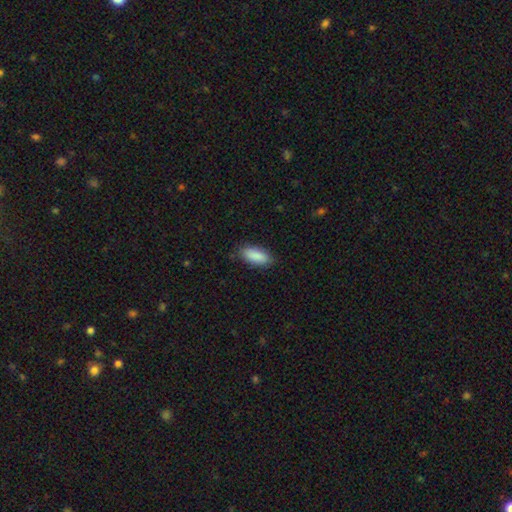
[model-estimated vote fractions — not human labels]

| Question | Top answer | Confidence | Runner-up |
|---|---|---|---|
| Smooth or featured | smooth | 89% | star or artifact (6%) |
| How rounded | in between | 84% | cigar-shaped (14%) |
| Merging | none | 85% | minor disturbance (11%) |